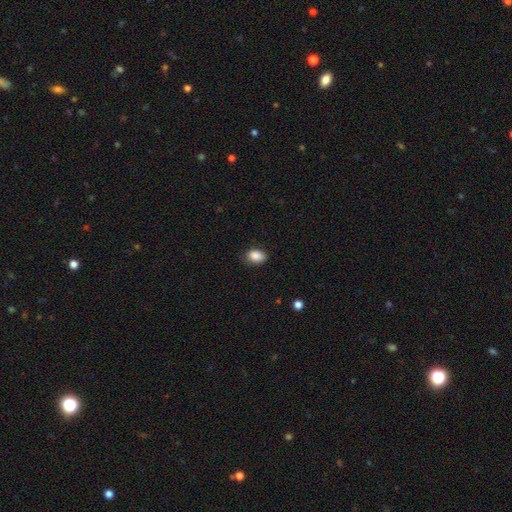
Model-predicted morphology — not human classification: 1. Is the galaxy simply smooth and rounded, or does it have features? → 88% smooth, 8% star or artifact, 4% featured or disk.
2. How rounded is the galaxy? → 78% in between, 21% round, 1% cigar-shaped.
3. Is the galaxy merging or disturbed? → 79% none, 16% minor disturbance, 3% major disturbance, 1% merger.